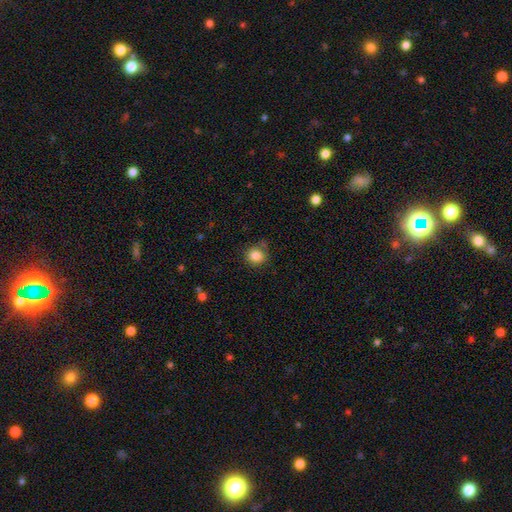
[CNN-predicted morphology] A smooth galaxy with no disk features (85%) that is round (83%).

Vote fractions:
- Smooth or featured? smooth: 85% / star or artifact: 10% / featured or disk: 5%
- How rounded? round: 83% / in between: 16% / cigar-shaped: 1%
- Merging? none: 73% / minor disturbance: 17% / merger: 5% / major disturbance: 5%